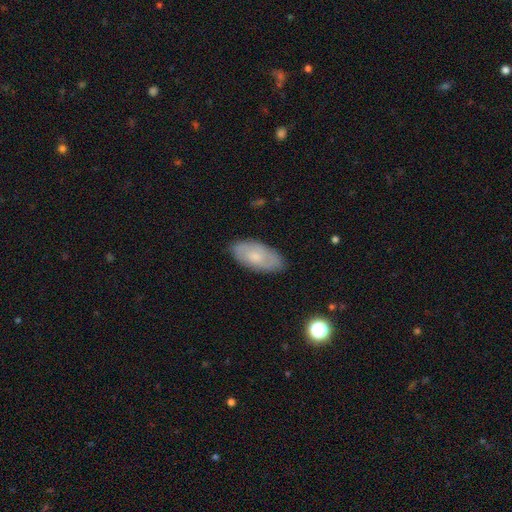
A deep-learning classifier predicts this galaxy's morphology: Smooth or featured?
  - smooth: 65% *
  - featured or disk: 28%
  - star or artifact: 7%
How rounded?
  - in between: 93% *
  - cigar-shaped: 4%
  - round: 3%
Merging?
  - none: 82% *
  - minor disturbance: 14%
  - major disturbance: 3%
  - merger: 1%